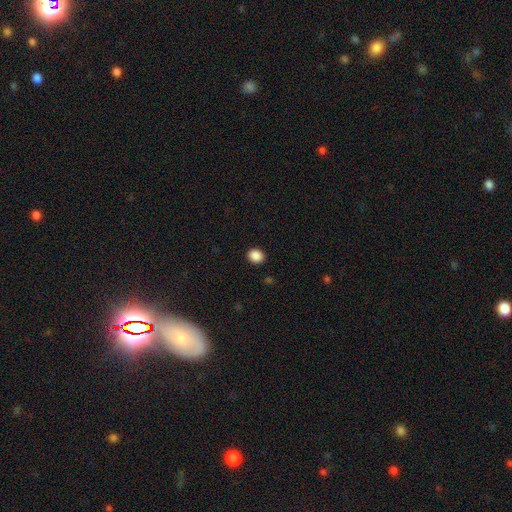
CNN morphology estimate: smooth_or_featured: smooth (p=0.88) [alt: star or artifact p=0.09]
how_rounded: round (p=0.66) [alt: in between p=0.33]
merging: none (p=0.91) [alt: minor disturbance p=0.06]